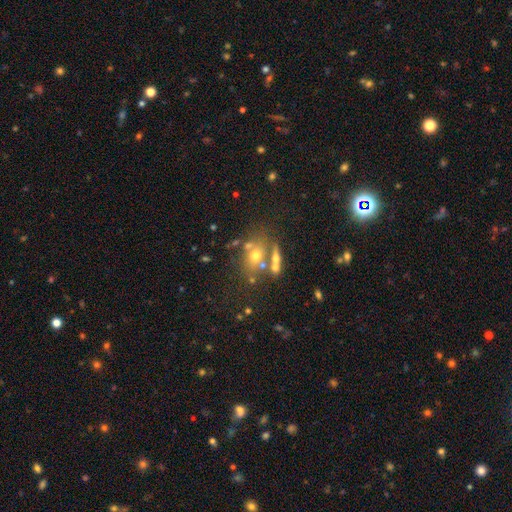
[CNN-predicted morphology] smooth_or_featured: smooth (p=0.55) [alt: featured or disk p=0.27]
how_rounded: in between (p=0.54) [alt: round p=0.42]
merging: none (p=0.50) [alt: merger p=0.29]